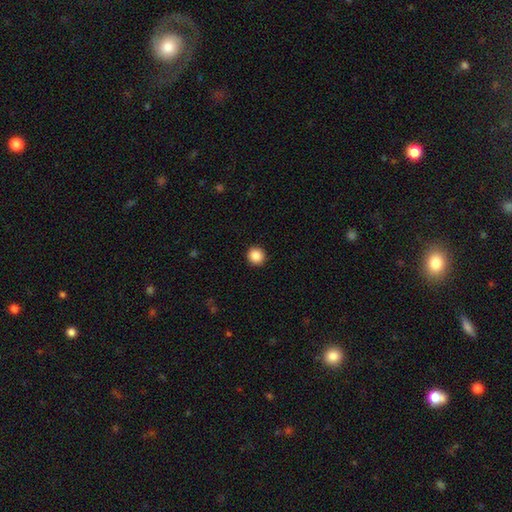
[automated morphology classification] Overall: smooth (87%). How rounded: round (94%). Merging: none (93%).